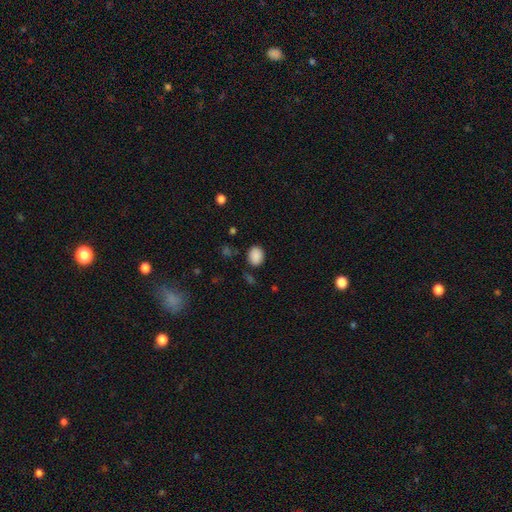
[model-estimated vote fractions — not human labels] Smooth or featured?
  - smooth: 87% *
  - star or artifact: 9%
  - featured or disk: 4%
How rounded?
  - in between: 53% *
  - round: 46%
  - cigar-shaped: 1%
Merging?
  - none: 81% *
  - minor disturbance: 13%
  - major disturbance: 3%
  - merger: 3%